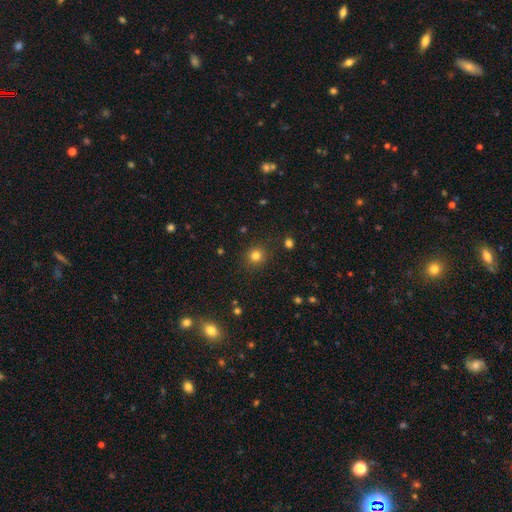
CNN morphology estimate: This appears to be a smooth galaxy with no disk features (80%) that is round (90%). Merging: none (88%).